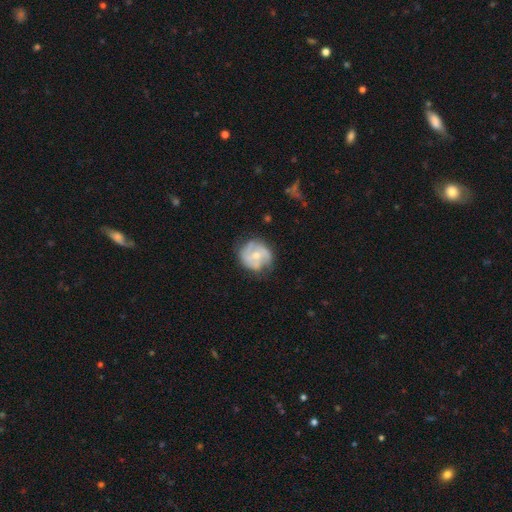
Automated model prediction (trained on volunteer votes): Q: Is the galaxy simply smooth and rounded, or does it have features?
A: featured or disk — 65%.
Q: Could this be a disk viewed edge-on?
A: no — 98%.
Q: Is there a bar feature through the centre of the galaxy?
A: no — 72%.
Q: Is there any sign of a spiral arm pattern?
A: yes — 74%.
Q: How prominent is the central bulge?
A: moderate — 51%.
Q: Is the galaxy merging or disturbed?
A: none — 62%.